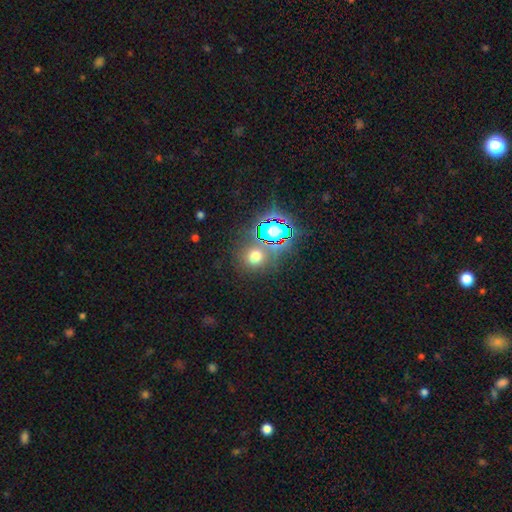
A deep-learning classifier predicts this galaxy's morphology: Smooth or featured? smooth (59%)
How rounded? round (84%)
Merging? none (77%)